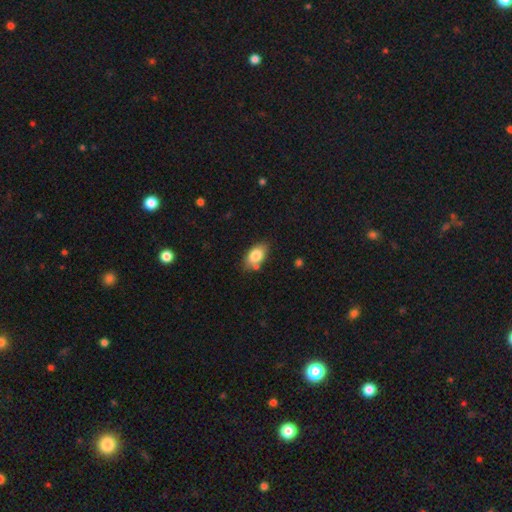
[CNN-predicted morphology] smooth_or_featured: smooth (p=0.82) [alt: featured or disk p=0.10]
how_rounded: in between (p=0.90) [alt: round p=0.08]
merging: none (p=0.74) [alt: minor disturbance p=0.16]